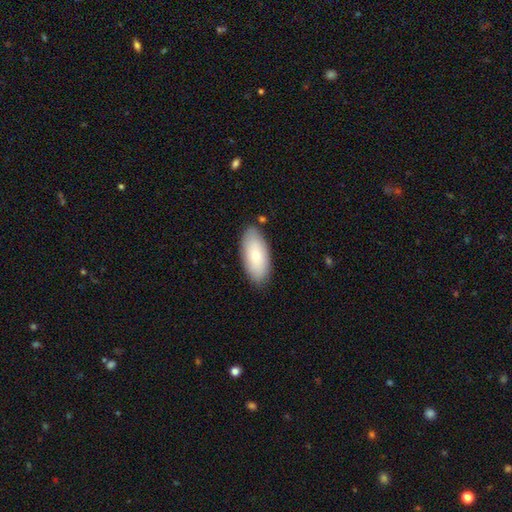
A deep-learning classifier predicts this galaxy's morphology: Smooth or featured? Predicted: smooth (p=0.76). How rounded? Predicted: in between (p=0.92). Merging? Predicted: none (p=0.84).